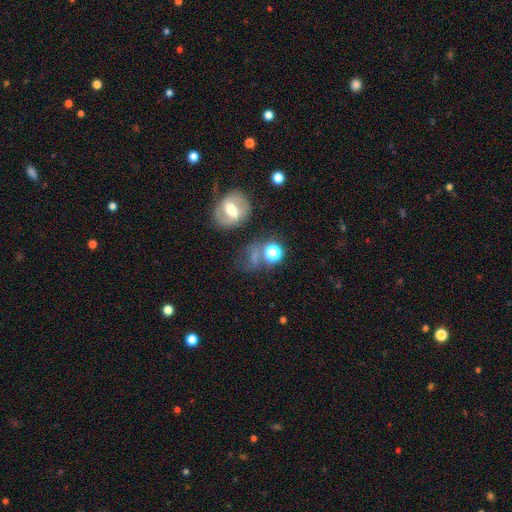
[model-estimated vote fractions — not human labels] Overall: smooth (47%; featured or disk 32%). Merging: none (56%; minor disturbance 19%).